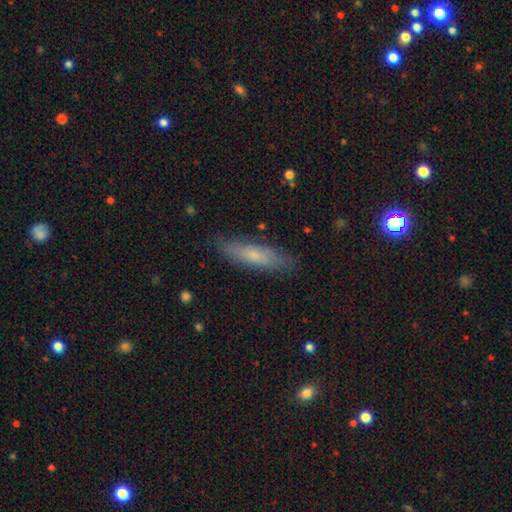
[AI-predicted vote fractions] Smooth or featured? smooth (65%)
How rounded? cigar-shaped (68%)
Merging? none (82%)